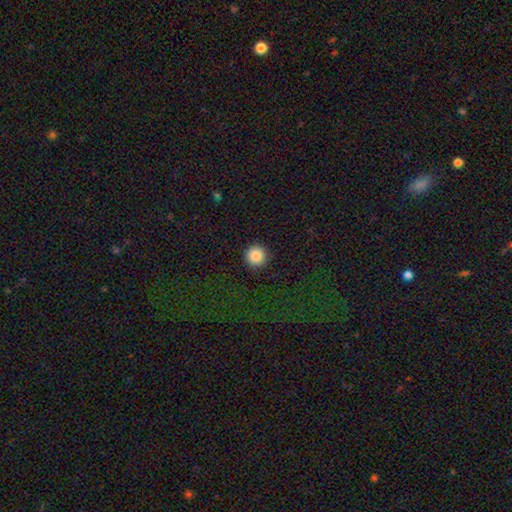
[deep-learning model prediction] smooth 86%, star or artifact 10%, featured or disk 4%. Down the decision tree: how rounded — round (96%); merging — none (93%).